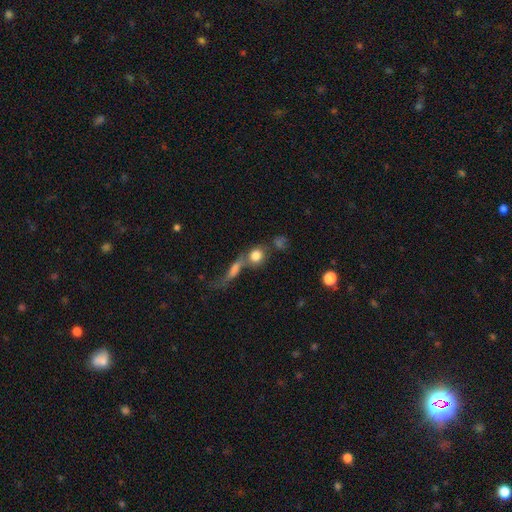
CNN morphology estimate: A smooth galaxy with no disk features (75%) that is round (69%). Merging: merger (46%).